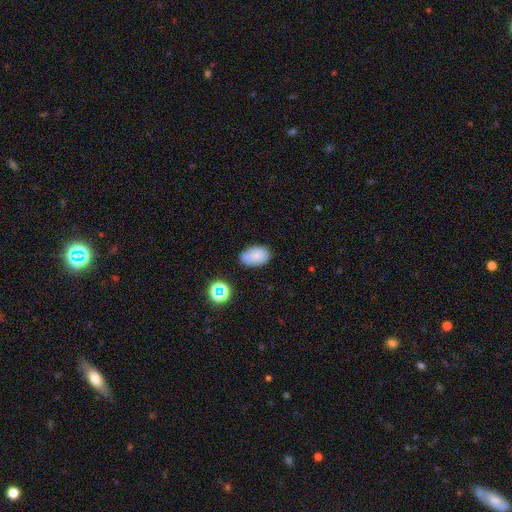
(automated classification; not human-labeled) Q: Smooth or featured?
A: smooth (78%); runner-up: featured or disk (12%)
Q: How rounded?
A: in between (90%); runner-up: round (9%)
Q: Merging?
A: none (67%); runner-up: minor disturbance (22%)